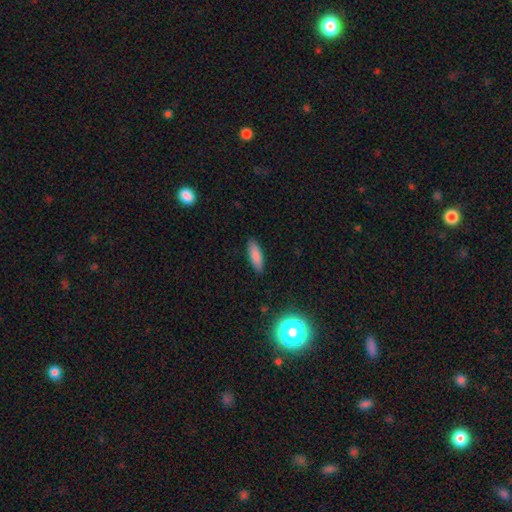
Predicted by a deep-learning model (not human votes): Overall: smooth (84%). How rounded: in between (54%; cigar-shaped 44%). Merging: none (88%).